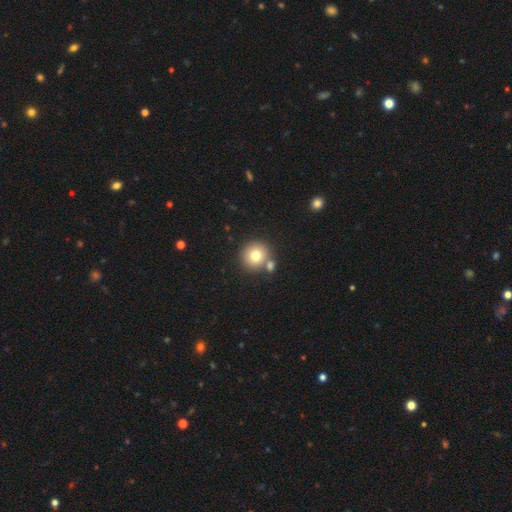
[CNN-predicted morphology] Smooth or featured? Predicted: smooth (p=0.76). How rounded? Predicted: round (p=0.91). Merging? Predicted: none (p=0.68).